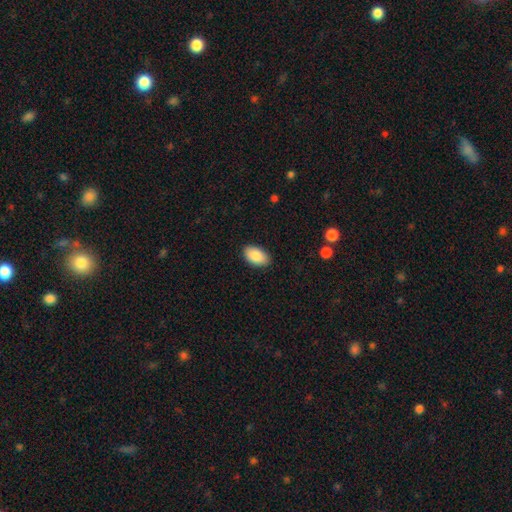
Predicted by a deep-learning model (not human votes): Overall: smooth (88%). How rounded: in between (94%). Merging: none (87%).